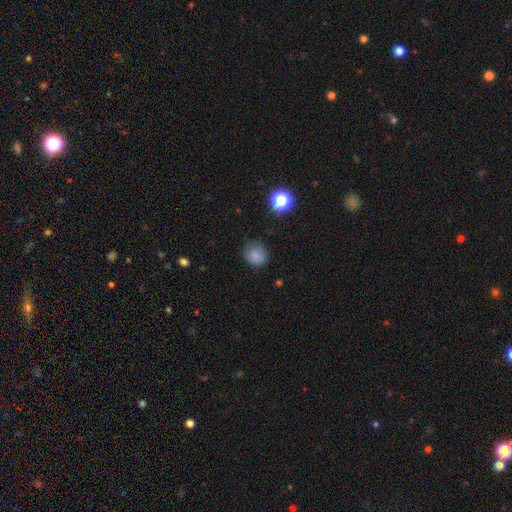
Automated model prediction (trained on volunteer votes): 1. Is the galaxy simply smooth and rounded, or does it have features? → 81% smooth, 14% star or artifact, 6% featured or disk.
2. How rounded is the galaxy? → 79% round, 20% in between, 1% cigar-shaped.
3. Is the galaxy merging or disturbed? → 76% none, 18% minor disturbance, 4% major disturbance, 2% merger.